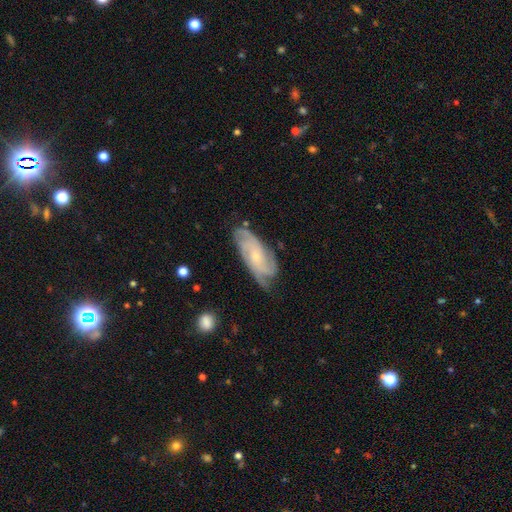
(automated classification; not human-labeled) This appears to be a featured or disk galaxy (81%) with no bar (69%), 3 (28%) tight (57%) spiral arms (96%) and a small central bulge (67%). Merging: none (71%).